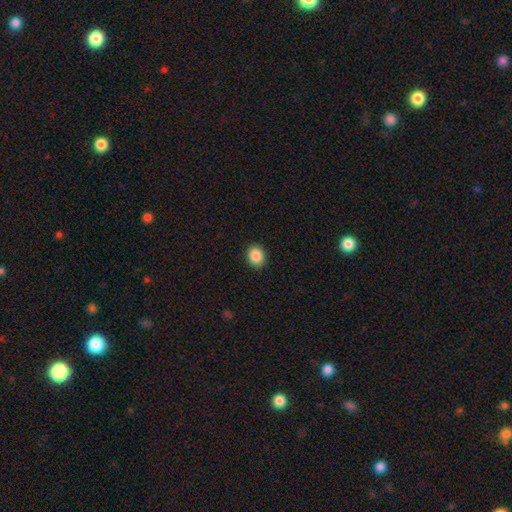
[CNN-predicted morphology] A smooth galaxy with no disk features (88%) that is round (60%). Merging: none (91%).